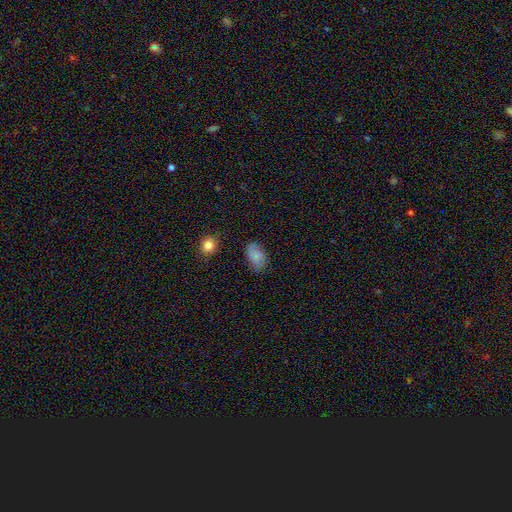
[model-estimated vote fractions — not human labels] Q: Smooth or featured?
A: smooth (77%); runner-up: featured or disk (14%)
Q: How rounded?
A: in between (88%); runner-up: round (10%)
Q: Merging?
A: none (70%); runner-up: minor disturbance (23%)